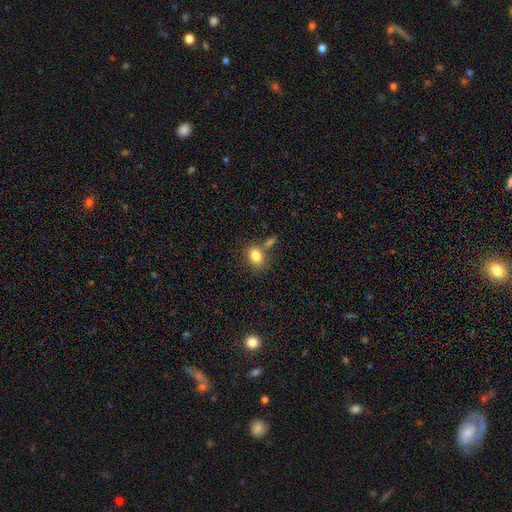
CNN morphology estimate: type=smooth (83%); roundness=in between (66%); merging=none (61%).